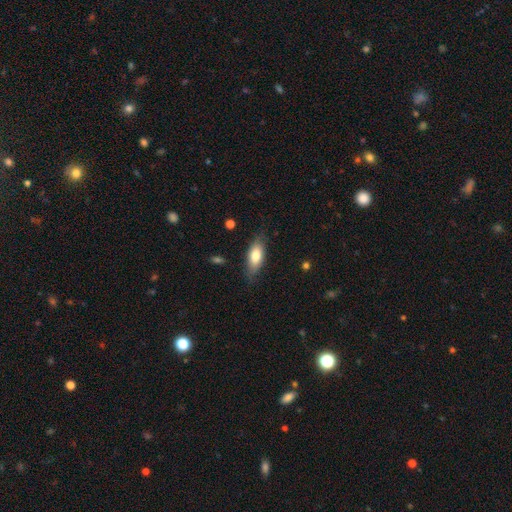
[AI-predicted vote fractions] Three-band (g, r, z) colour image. It shows a smooth galaxy with no disk features (76%) that is in between round and cigar-shaped (81%). Merging: none (78%).